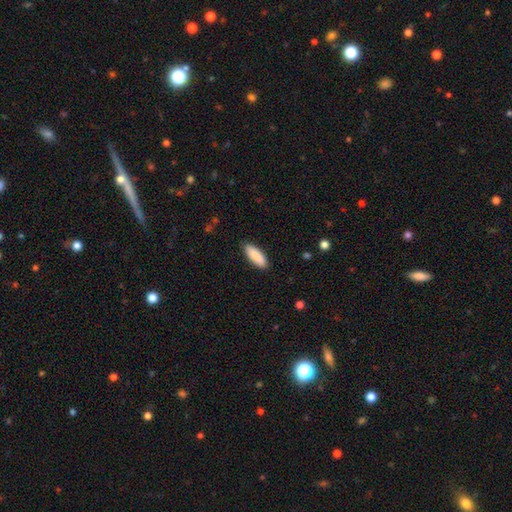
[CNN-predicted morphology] The model was most divided on "how rounded": in between: 67%, cigar-shaped: 31%, round: 2%. More confident: smooth or featured — smooth (89%); merging — none (87%).